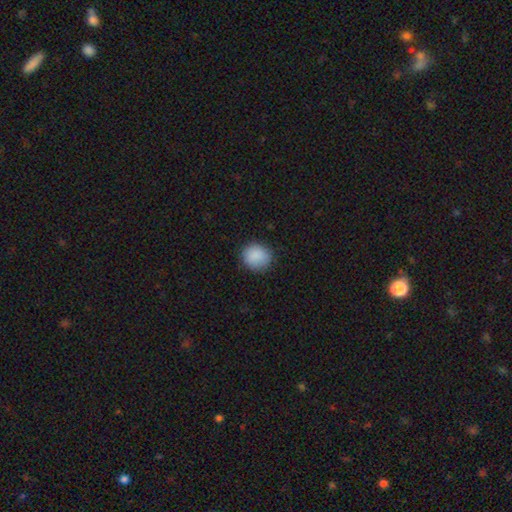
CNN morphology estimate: This appears to be a smooth galaxy with no disk features (89%) that is round (86%). Merging: none (86%).